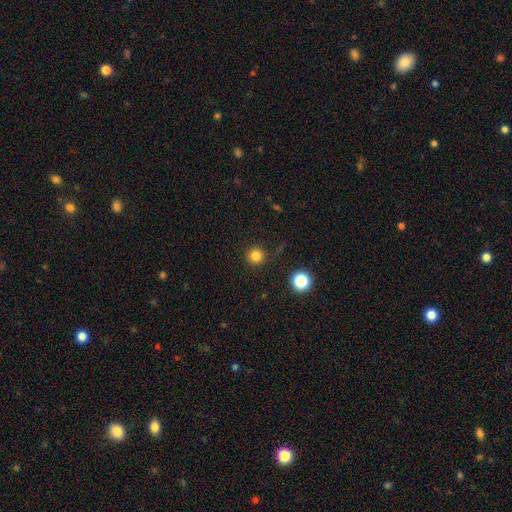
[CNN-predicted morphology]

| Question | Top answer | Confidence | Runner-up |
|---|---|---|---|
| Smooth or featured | smooth | 80% | star or artifact (14%) |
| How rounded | round | 96% | in between (3%) |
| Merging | none | 90% | minor disturbance (6%) |